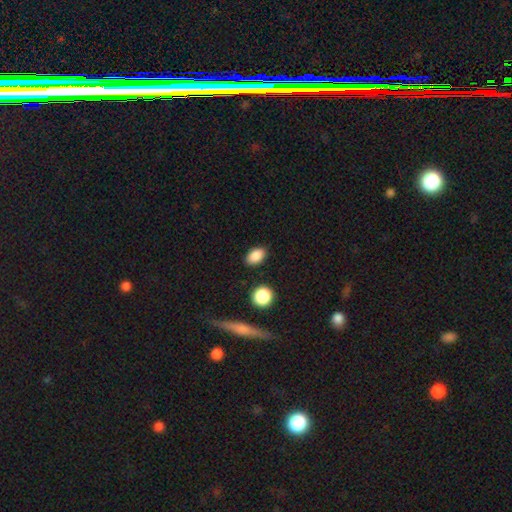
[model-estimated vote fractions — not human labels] The model was most divided on "how rounded": in between: 86%, round: 12%, cigar-shaped: 2%. More confident: smooth or featured — smooth (87%); merging — none (85%).